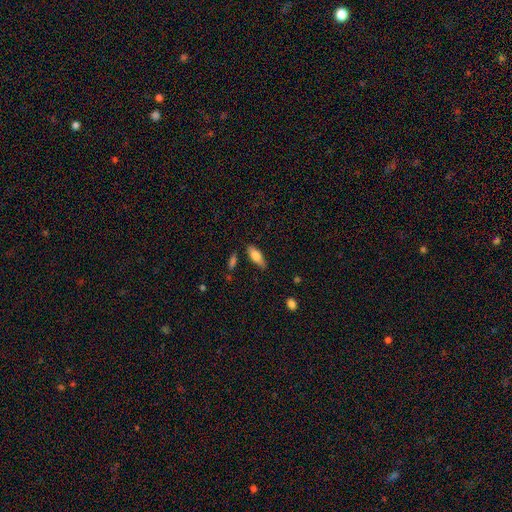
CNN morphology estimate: A smooth galaxy with no disk features (74%) that is in between round and cigar-shaped (72%).

Vote fractions:
- Smooth or featured? smooth: 74% / featured or disk: 19% / star or artifact: 6%
- How rounded? in between: 72% / cigar-shaped: 26% / round: 2%
- Merging? none: 78% / minor disturbance: 16% / major disturbance: 3% / merger: 3%